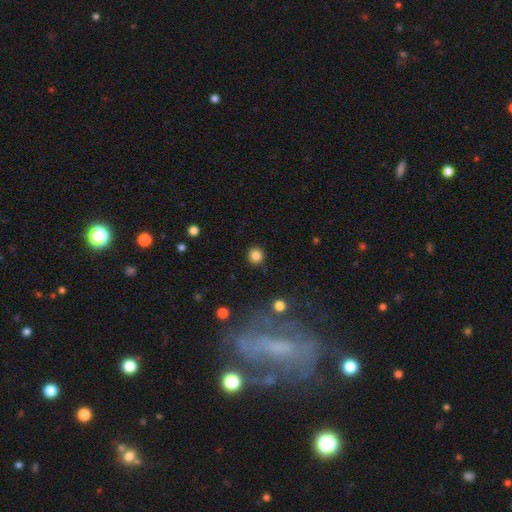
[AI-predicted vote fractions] This appears to be a smooth galaxy with no disk features (84%) that is round (94%). Merging: none (91%).